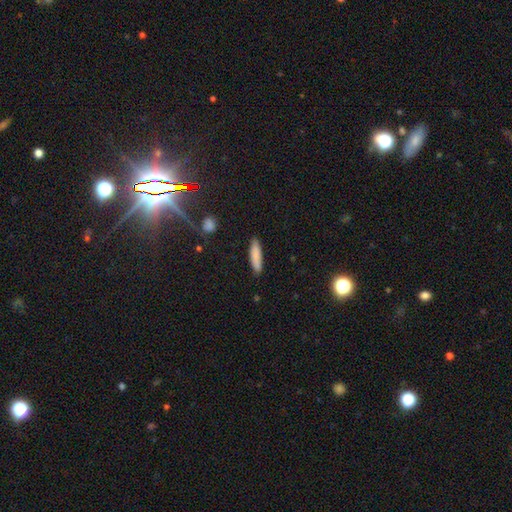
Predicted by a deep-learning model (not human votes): A smooth galaxy with no disk features (86%) that is cigar-shaped (70%).

Vote fractions:
- Smooth or featured? smooth: 86% / featured or disk: 8% / star or artifact: 6%
- How rounded? cigar-shaped: 70% / in between: 29% / round: 2%
- Merging? none: 88% / minor disturbance: 9% / major disturbance: 2% / merger: 1%